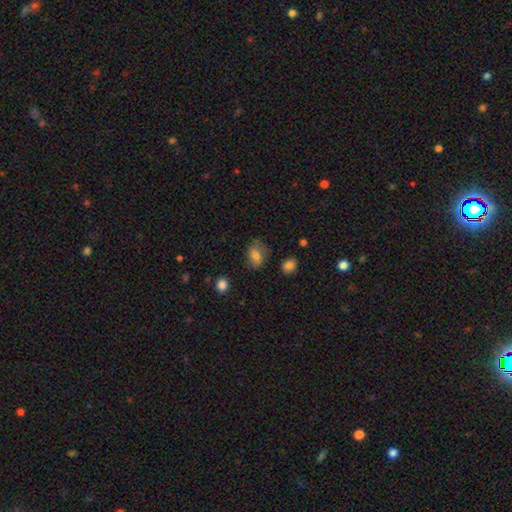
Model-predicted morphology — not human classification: The model was most divided on "how rounded": in between: 68%, round: 31%, cigar-shaped: 2%. More confident: smooth or featured — smooth (77%); merging — none (66%).